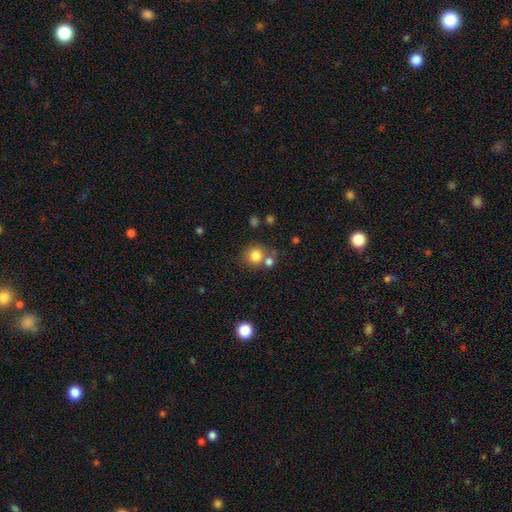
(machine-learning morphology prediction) smooth-or-featured: smooth: 82% | star or artifact: 11% | featured or disk: 7%
  how-rounded: round: 87% | in between: 12% | cigar-shaped: 1%
  merging: none: 63% | merger: 24% | minor disturbance: 9% | major disturbance: 4%